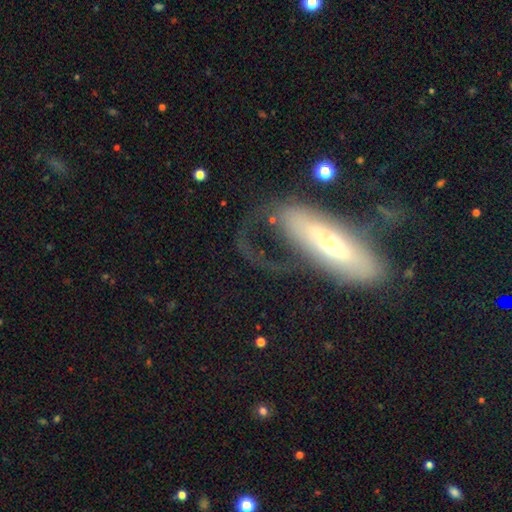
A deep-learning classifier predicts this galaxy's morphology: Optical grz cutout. It shows a featured or disk galaxy (58%). Merging: major disturbance (44%).